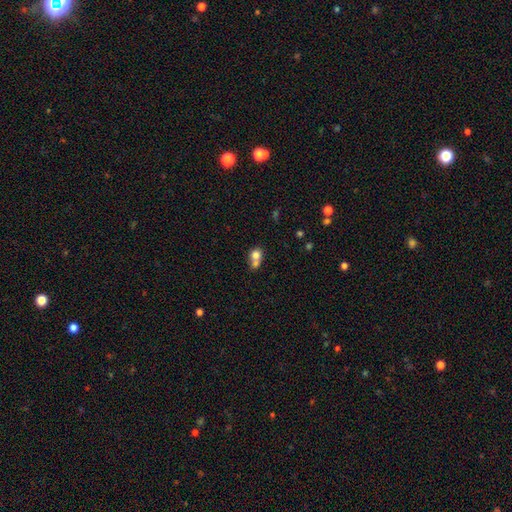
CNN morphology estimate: This appears to be a smooth galaxy with no disk features (75%) that is round (69%). Merging: merger (61%).